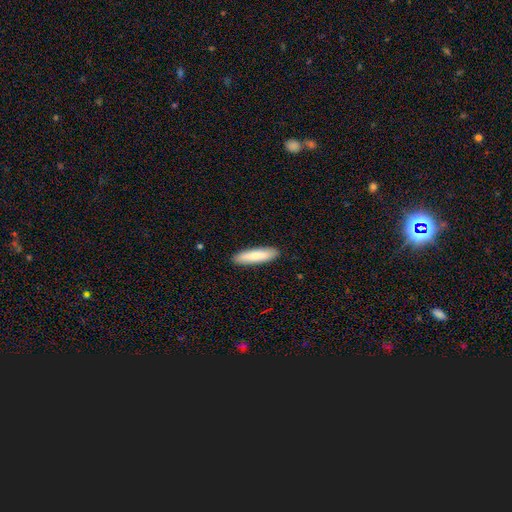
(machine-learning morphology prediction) This is clearly a smooth galaxy (82%). How rounded: likely cigar-shaped (73%). Merging: clearly none (91%).